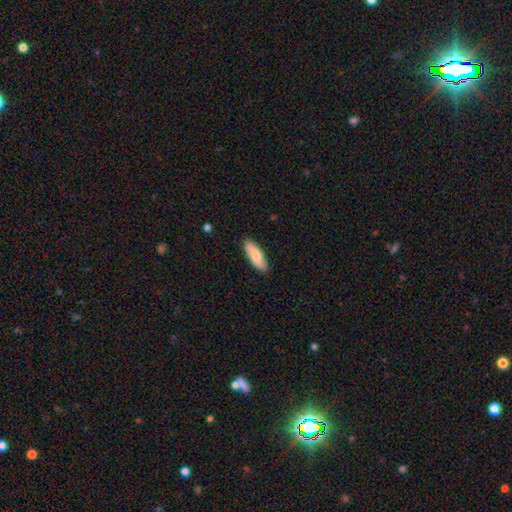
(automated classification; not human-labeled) smooth 69%, featured or disk 26%, star or artifact 5%. Down the decision tree: how rounded — in between (69%); merging — none (86%).